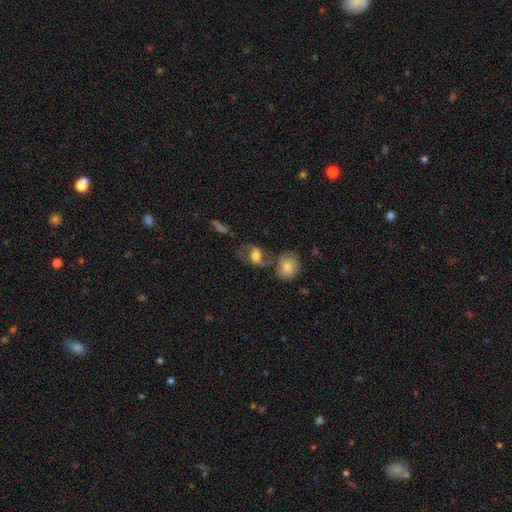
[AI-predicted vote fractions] This is possibly a featured or disk galaxy (47%). Merging: possibly none (48%).